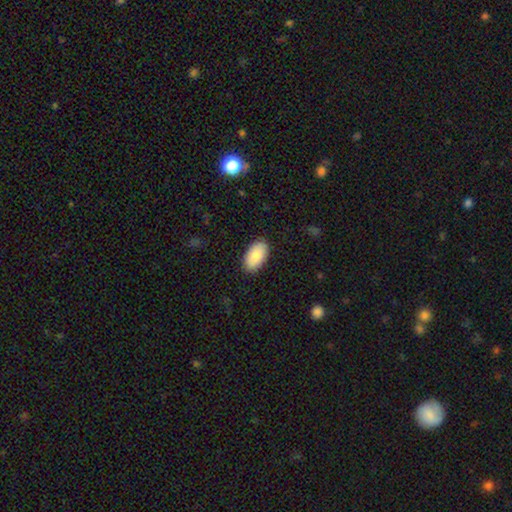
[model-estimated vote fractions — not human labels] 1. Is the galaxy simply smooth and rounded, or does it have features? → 88% smooth, 6% featured or disk, 6% star or artifact.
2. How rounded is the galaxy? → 96% in between, 3% round, 1% cigar-shaped.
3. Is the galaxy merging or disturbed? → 88% none, 9% minor disturbance, 2% major disturbance, 1% merger.